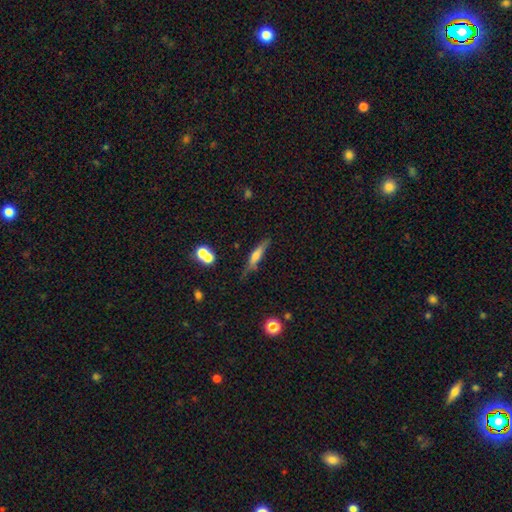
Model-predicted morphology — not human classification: smooth 56%, featured or disk 36%, star or artifact 8%. Down the decision tree: how rounded — cigar-shaped (81%); merging — none (65%).